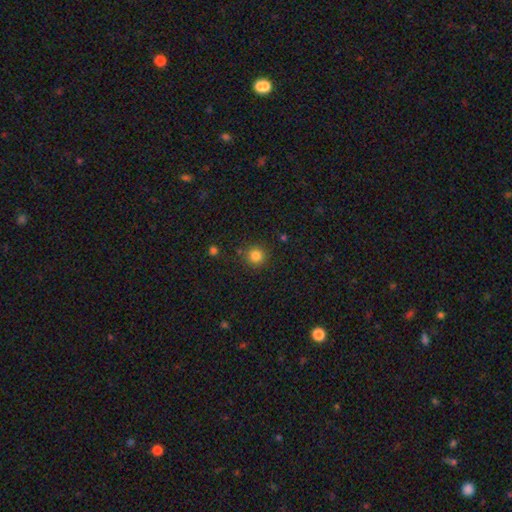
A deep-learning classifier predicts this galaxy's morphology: This appears to be a smooth galaxy with no disk features (83%) that is round (94%). Merging: none (87%).